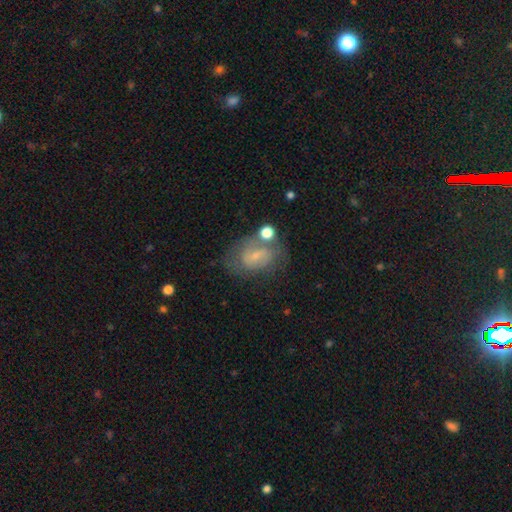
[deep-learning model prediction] Smooth or featured? featured or disk (55%)
Edge-on disk? no (96%)
Bar? weak (48%)
Spiral arms? yes (68%)
Bulge size? small (71%)
Merging? none (50%)